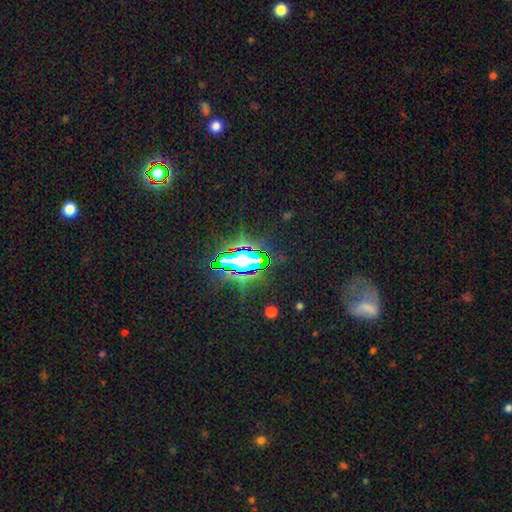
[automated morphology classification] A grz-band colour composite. It shows a star or artifact, not a galaxy (80%).